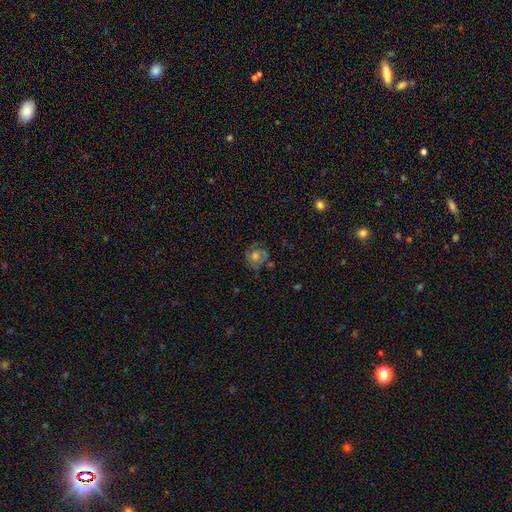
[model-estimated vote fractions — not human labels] Smooth or featured?
  - featured or disk: 50% *
  - smooth: 37%
  - star or artifact: 14%
Merging?
  - none: 70% *
  - minor disturbance: 18%
  - major disturbance: 8%
  - merger: 3%